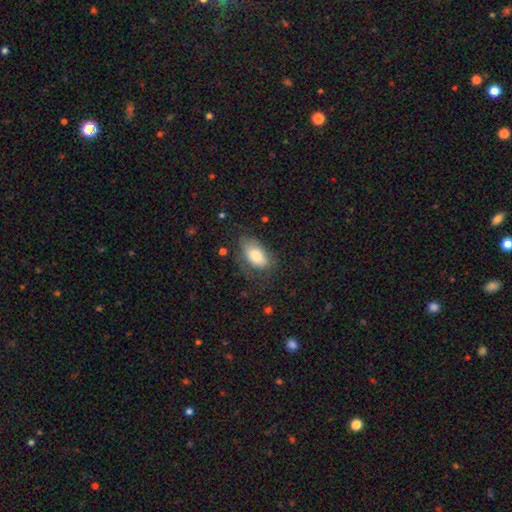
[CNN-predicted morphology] Smooth or featured: smooth — 74% (featured or disk — 19%)
How rounded: in between — 93% (round — 5%)
Merging: none — 55% (minor disturbance — 27%)